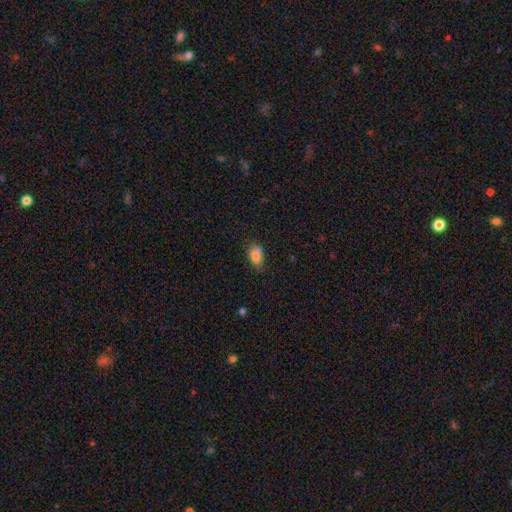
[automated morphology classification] smooth_or_featured: smooth (p=0.84) [alt: star or artifact p=0.09]
how_rounded: in between (p=0.85) [alt: round p=0.13]
merging: none (p=0.65) [alt: minor disturbance p=0.26]